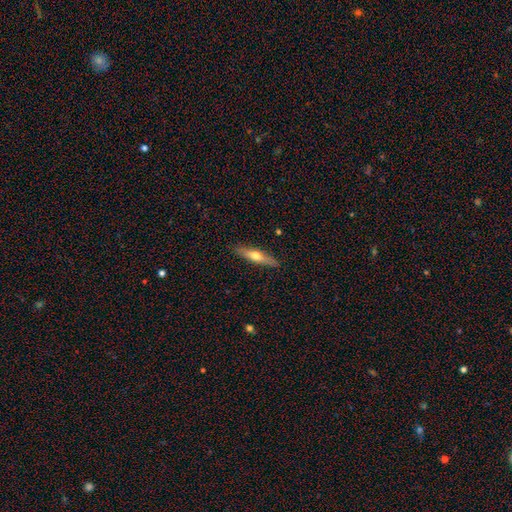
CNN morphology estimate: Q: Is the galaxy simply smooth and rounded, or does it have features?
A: smooth — 48%.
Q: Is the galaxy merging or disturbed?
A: none — 89%.